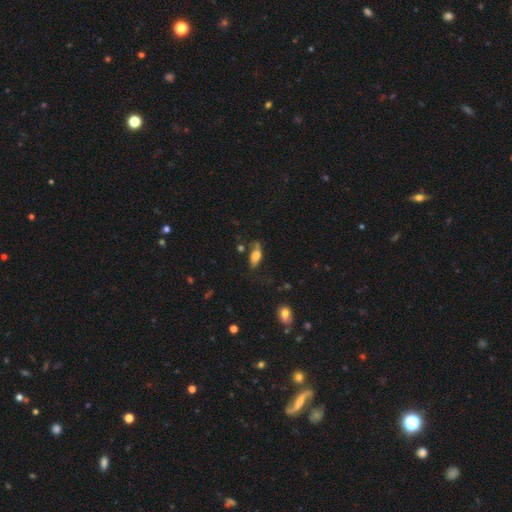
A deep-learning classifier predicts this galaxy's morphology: A smooth galaxy with no disk features (60%) that is in between round and cigar-shaped (75%). Merging: none (54%).